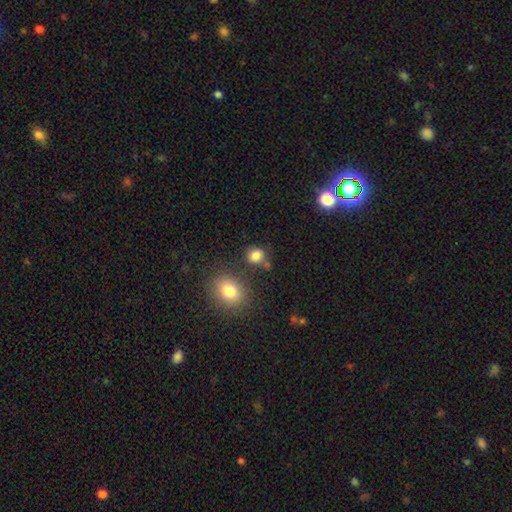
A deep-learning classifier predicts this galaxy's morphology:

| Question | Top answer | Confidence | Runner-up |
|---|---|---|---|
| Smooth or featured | smooth | 83% | star or artifact (12%) |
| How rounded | round | 77% | in between (22%) |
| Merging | none | 72% | minor disturbance (13%) |